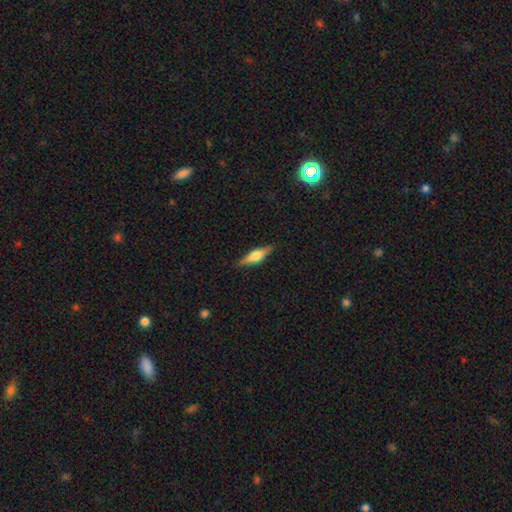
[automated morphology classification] Overall: featured or disk (61%; smooth 32%). Edge-on disk: yes (96%). Edge-on bulge: rounded (87%). Merging: none (87%).